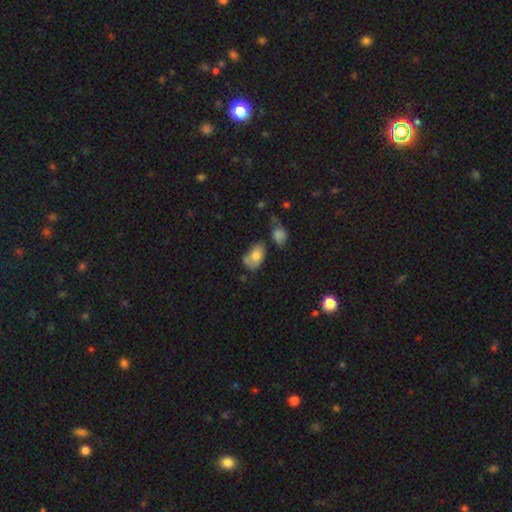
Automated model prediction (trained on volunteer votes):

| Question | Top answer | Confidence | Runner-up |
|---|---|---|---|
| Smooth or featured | smooth | 75% | featured or disk (17%) |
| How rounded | in between | 88% | round (11%) |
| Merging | none | 45% | minor disturbance (29%) |